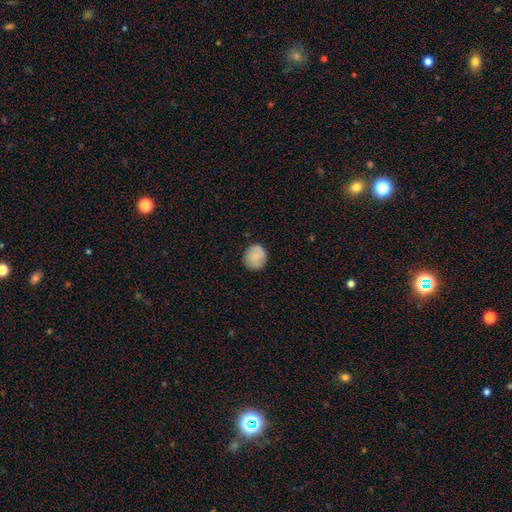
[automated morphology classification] The model was most divided on "merging": none: 84%, minor disturbance: 12%, major disturbance: 3%, merger: 1%. More confident: how rounded — round (86%); smooth or featured — smooth (83%).